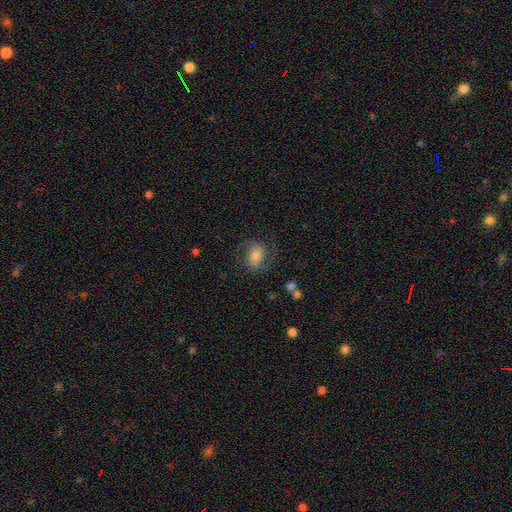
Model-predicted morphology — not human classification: A featured or disk galaxy (60%) with no bar (46%), 2 (87%) medium (51%) spiral arms (91%) and a moderate central bulge (47%).

Vote fractions:
- Smooth or featured? featured or disk: 60% / smooth: 30% / star or artifact: 10%
- Edge-on disk? no: 97% / yes: 3%
- Bar? no: 46% / weak: 38% / strong: 16%
- Spiral arms? yes: 91% / no: 9%
- Spiral winding? medium: 51% / loose: 27% / tight: 21%
- Spiral arm count? 2: 87% / can't tell: 6% / 1: 3% / 3: 2% / 4: 1% / more than 4: 1%
- Bulge size? moderate: 47% / small: 31% / large: 14% / none: 4% / dominant: 3%
- Merging? none: 71% / minor disturbance: 15% / major disturbance: 12% / merger: 2%